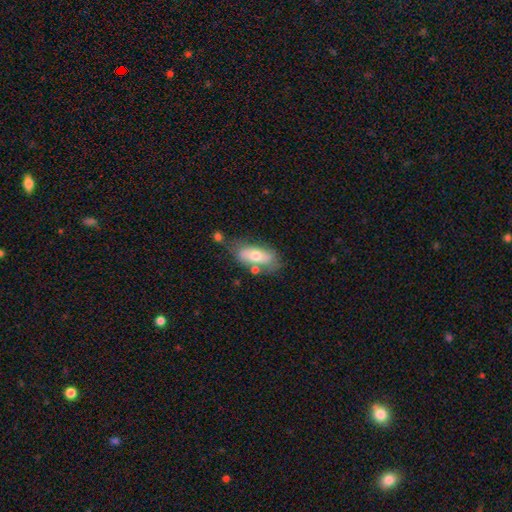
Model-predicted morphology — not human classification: smooth_or_featured: smooth (p=0.57) [alt: featured or disk p=0.36]
how_rounded: in between (p=0.84) [alt: cigar-shaped p=0.12]
merging: none (p=0.59) [alt: minor disturbance p=0.21]